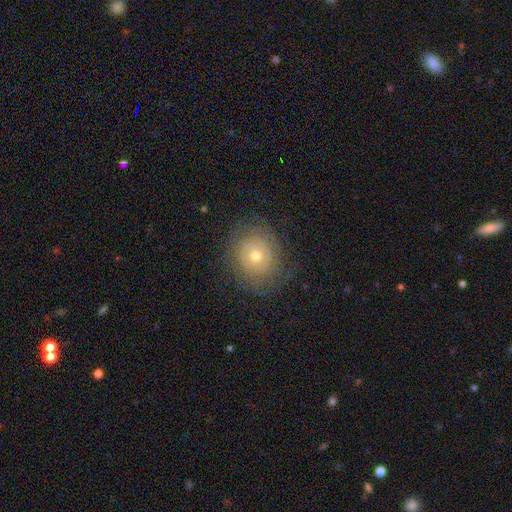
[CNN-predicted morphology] A featured or disk galaxy (46%). Merging: none (76%).